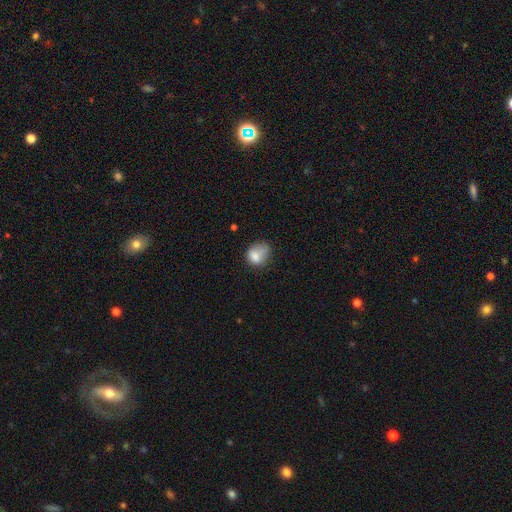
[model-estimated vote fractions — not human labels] Q: Smooth or featured?
A: smooth (75%); runner-up: featured or disk (15%)
Q: How rounded?
A: round (53%); runner-up: in between (46%)
Q: Merging?
A: none (38%); runner-up: minor disturbance (32%)